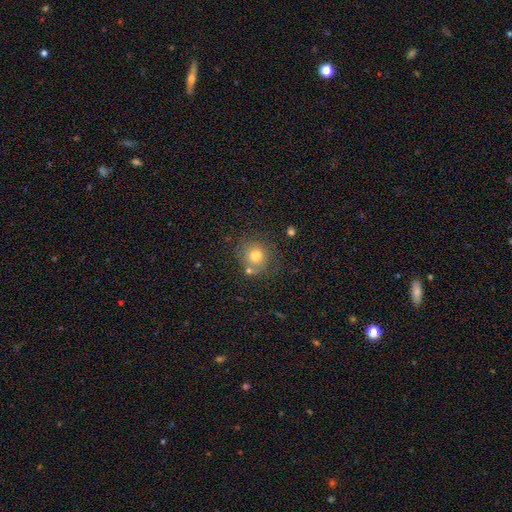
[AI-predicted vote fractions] Morphology: type=smooth (71%); roundness=round (87%); merging=none (69%).